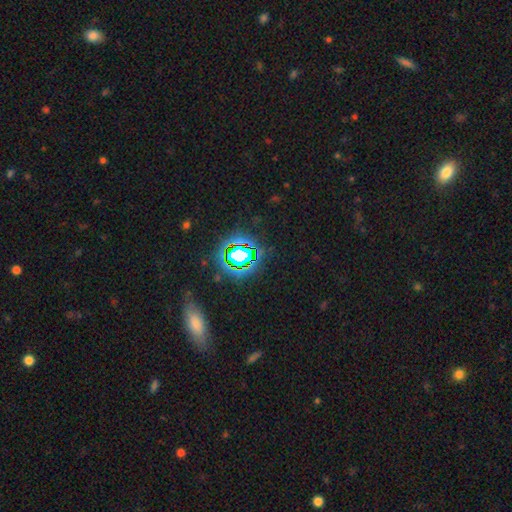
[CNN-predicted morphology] smooth-or-featured: star or artifact: 61% | smooth: 26% | featured or disk: 13%